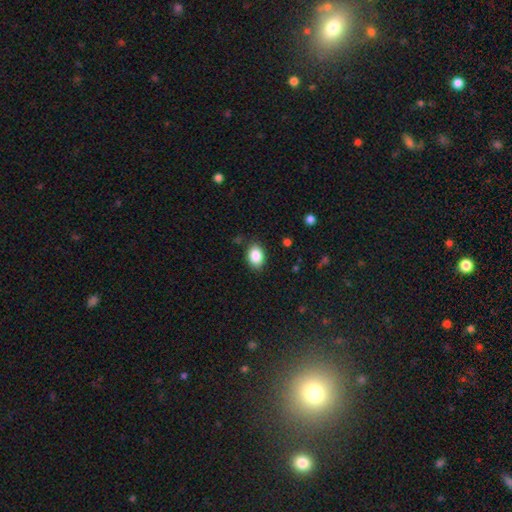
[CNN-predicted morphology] smooth_or_featured: smooth (p=0.87) [alt: star or artifact p=0.08]
how_rounded: in between (p=0.76) [alt: round p=0.23]
merging: none (p=0.85) [alt: minor disturbance p=0.11]